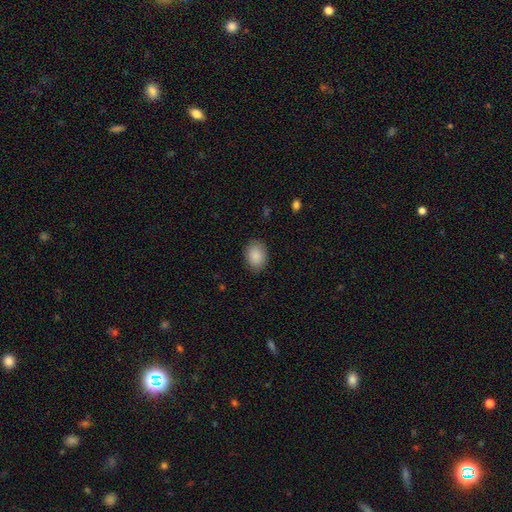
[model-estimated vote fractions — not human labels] smooth_or_featured: smooth (p=0.89) [alt: star or artifact p=0.07]
how_rounded: in between (p=0.67) [alt: round p=0.32]
merging: none (p=0.86) [alt: minor disturbance p=0.10]